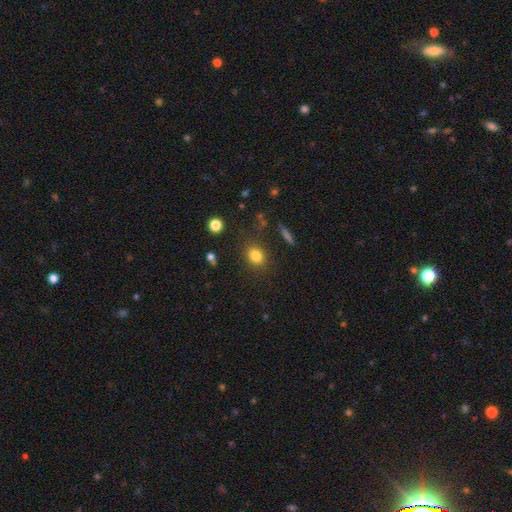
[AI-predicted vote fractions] smooth-or-featured: smooth: 81% | star or artifact: 12% | featured or disk: 7%
  how-rounded: round: 53% | in between: 45% | cigar-shaped: 2%
  merging: none: 84% | minor disturbance: 10% | major disturbance: 4% | merger: 2%